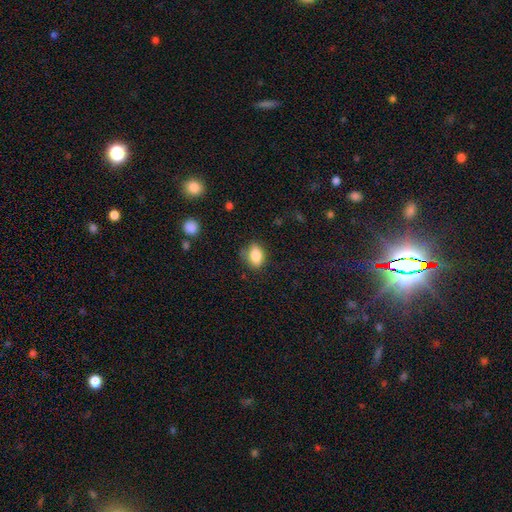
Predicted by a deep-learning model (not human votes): The model was most divided on "merging": none: 73%, minor disturbance: 20%, major disturbance: 5%, merger: 2%. More confident: smooth or featured — smooth (84%); how rounded — in between (78%).